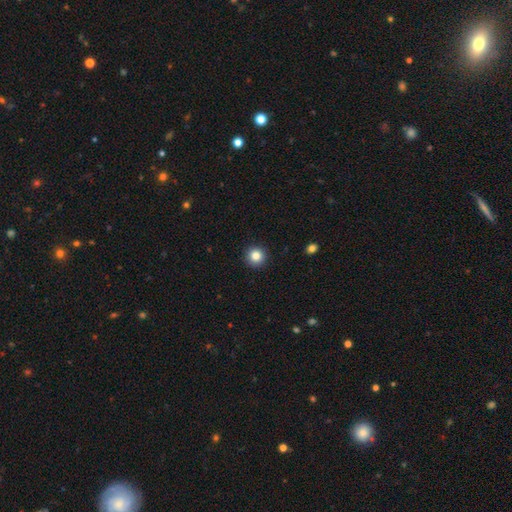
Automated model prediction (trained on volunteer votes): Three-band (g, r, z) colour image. It shows a smooth galaxy with no disk features (83%) that is round (95%). Merging: none (93%).